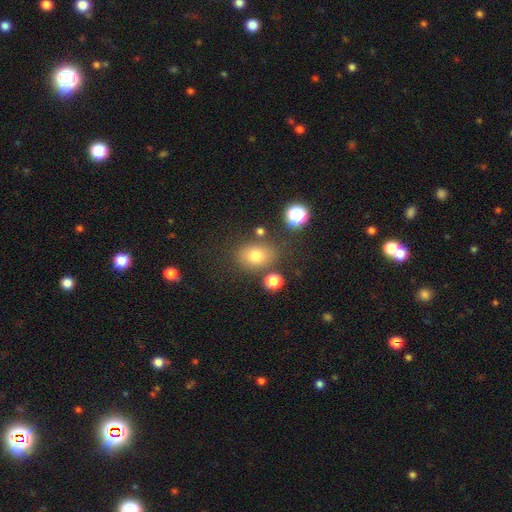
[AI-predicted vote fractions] smooth 74%, star or artifact 15%, featured or disk 11%. Down the decision tree: how rounded — in between (58%); merging — none (74%).